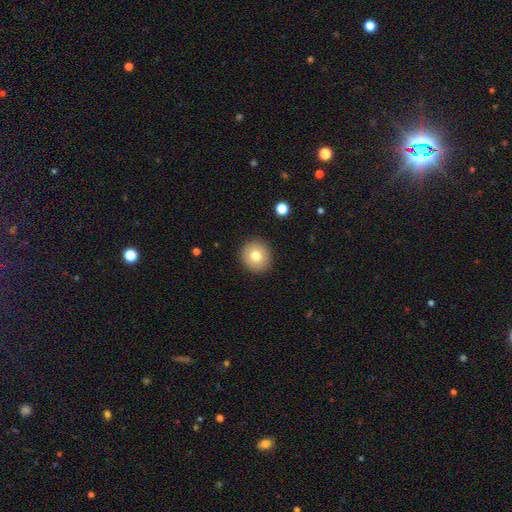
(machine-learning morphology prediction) smooth_or_featured: smooth (p=0.77) [alt: featured or disk p=0.13]
how_rounded: round (p=0.92) [alt: in between p=0.07]
merging: none (p=0.91) [alt: minor disturbance p=0.06]